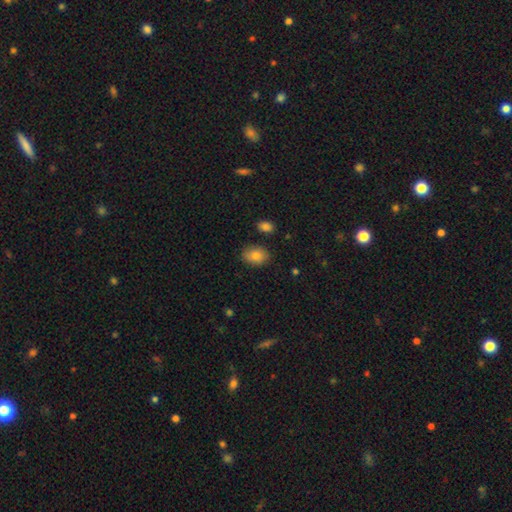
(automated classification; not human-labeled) smooth_or_featured: smooth (p=0.83) [alt: featured or disk p=0.10]
how_rounded: in between (p=0.77) [alt: round p=0.22]
merging: none (p=0.84) [alt: minor disturbance p=0.11]